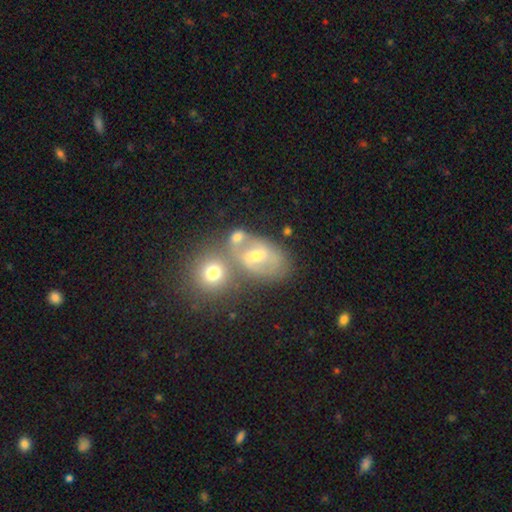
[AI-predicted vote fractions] Q: Smooth or featured?
A: featured or disk (57%); runner-up: smooth (31%)
Q: Edge-on disk?
A: no (95%); runner-up: yes (5%)
Q: Bar?
A: weak (42%); runner-up: no (38%)
Q: Spiral arms?
A: yes (63%); runner-up: no (37%)
Q: Bulge size?
A: moderate (48%); runner-up: small (46%)
Q: Merging?
A: none (43%); runner-up: merger (33%)